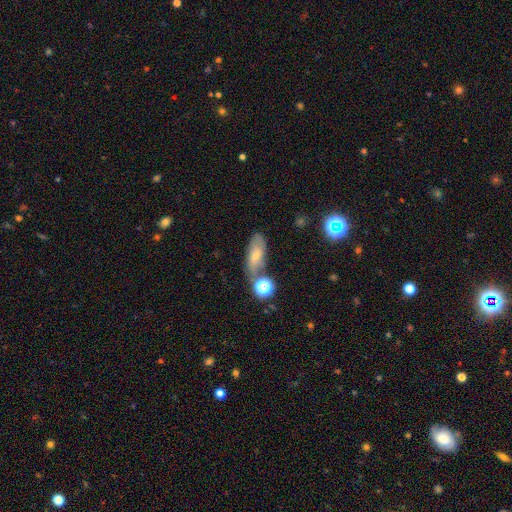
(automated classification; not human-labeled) Smooth or featured: smooth — 51% (featured or disk — 36%)
How rounded: in between — 75% (cigar-shaped — 16%)
Merging: none — 59% (minor disturbance — 20%)